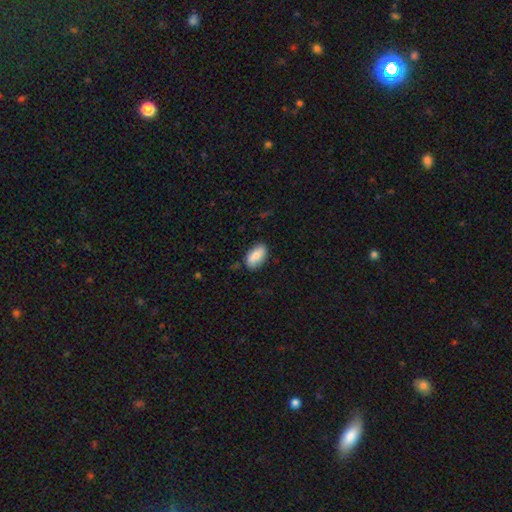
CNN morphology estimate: smooth-or-featured: smooth: 82% | featured or disk: 11% | star or artifact: 6%
  how-rounded: in between: 93% | round: 4% | cigar-shaped: 4%
  merging: none: 82% | minor disturbance: 14% | major disturbance: 3% | merger: 1%